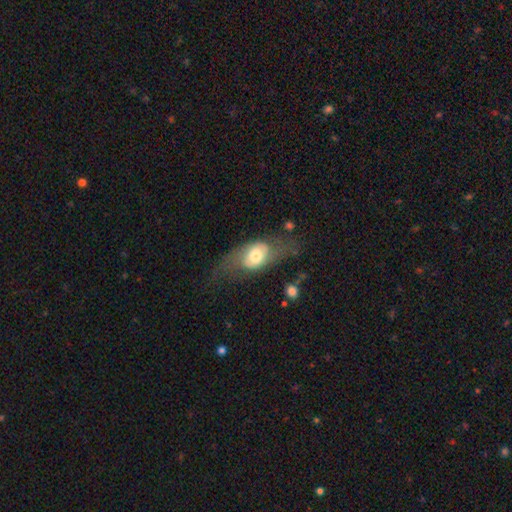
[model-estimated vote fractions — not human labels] Smooth or featured? featured or disk (49%)
Merging? none (51%)